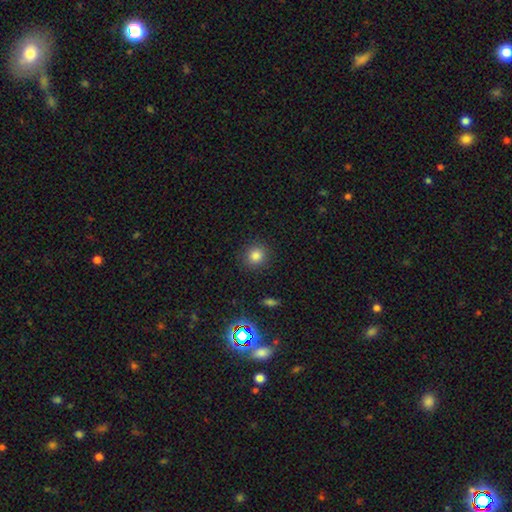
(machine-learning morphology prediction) Smooth or featured? Predicted: smooth (p=0.82). How rounded? Predicted: round (p=0.89). Merging? Predicted: none (p=0.89).